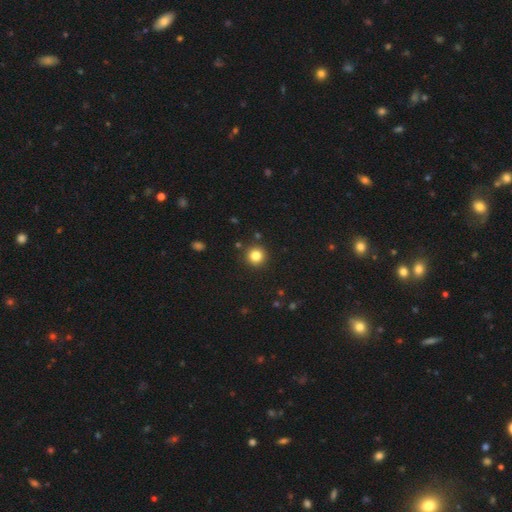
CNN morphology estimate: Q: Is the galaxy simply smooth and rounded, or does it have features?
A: smooth — 82%.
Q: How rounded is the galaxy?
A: round — 95%.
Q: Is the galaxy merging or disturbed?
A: none — 91%.